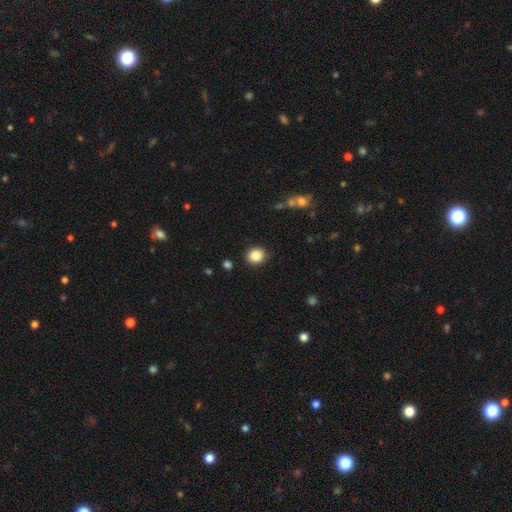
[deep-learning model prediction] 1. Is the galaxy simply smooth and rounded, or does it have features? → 86% smooth, 9% star or artifact, 5% featured or disk.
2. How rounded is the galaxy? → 74% round, 25% in between, 1% cigar-shaped.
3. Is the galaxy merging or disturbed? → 85% none, 11% minor disturbance, 2% major disturbance, 2% merger.